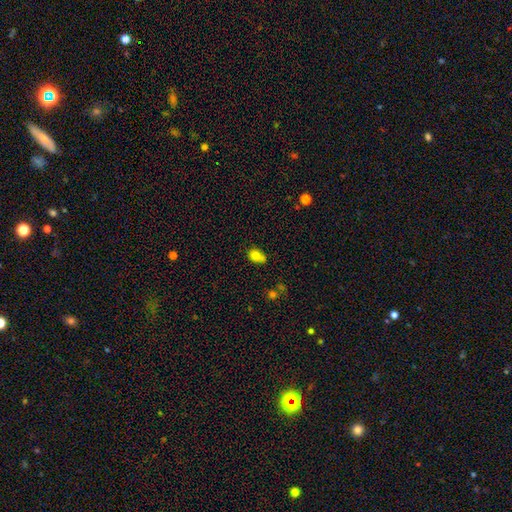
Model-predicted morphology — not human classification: Smooth or featured: smooth — 81% (star or artifact — 11%)
How rounded: in between — 77% (round — 21%)
Merging: none — 48% (minor disturbance — 35%)